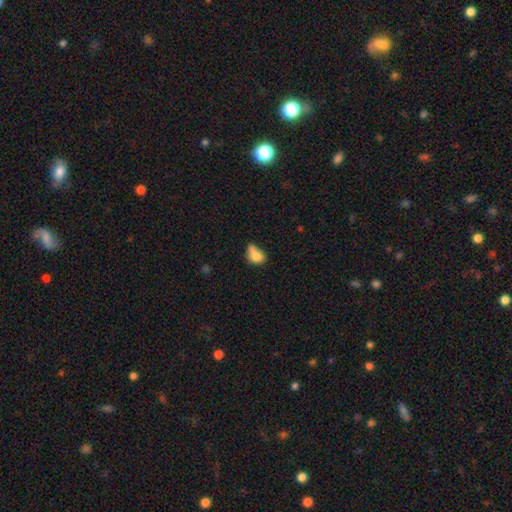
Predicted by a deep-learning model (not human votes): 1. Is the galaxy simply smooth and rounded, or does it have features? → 76% smooth, 14% featured or disk, 10% star or artifact.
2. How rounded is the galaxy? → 63% in between, 36% round, 2% cigar-shaped.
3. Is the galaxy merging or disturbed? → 38% merger, 30% none, 22% minor disturbance, 10% major disturbance.